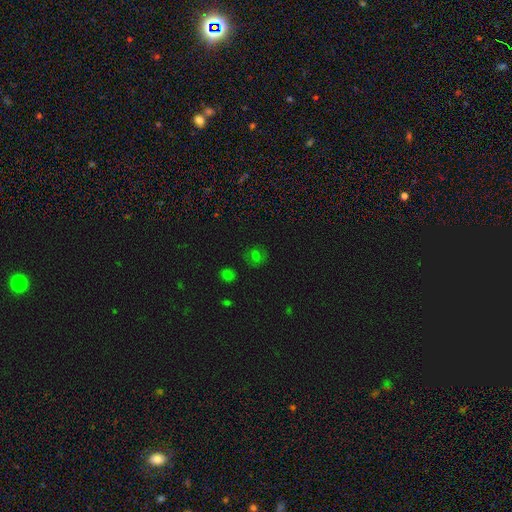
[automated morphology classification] Smooth or featured? Predicted: smooth (p=0.59). How rounded? Predicted: round (p=0.79). Merging? Predicted: none (p=0.77).